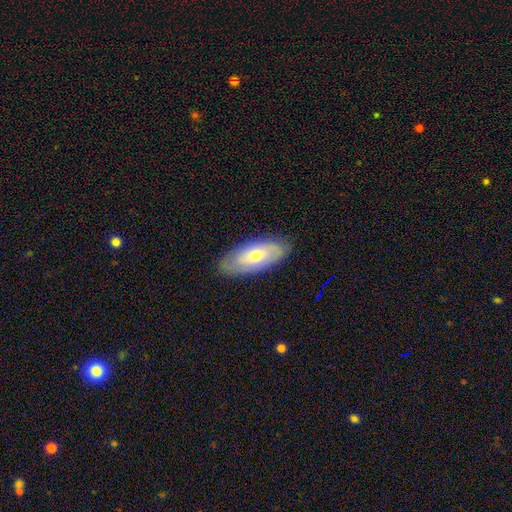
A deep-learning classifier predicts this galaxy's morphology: A smooth galaxy with no disk features (53%) that is in between round and cigar-shaped (85%). Merging: none (86%).